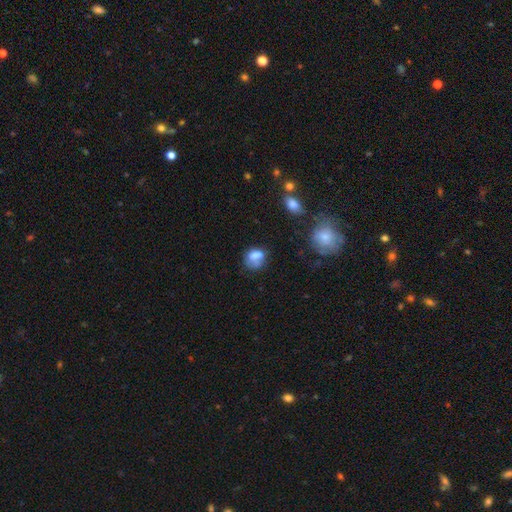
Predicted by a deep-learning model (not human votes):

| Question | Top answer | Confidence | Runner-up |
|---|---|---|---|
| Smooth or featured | smooth | 70% | featured or disk (19%) |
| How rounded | in between | 55% | round (43%) |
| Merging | none | 41% | minor disturbance (25%) |